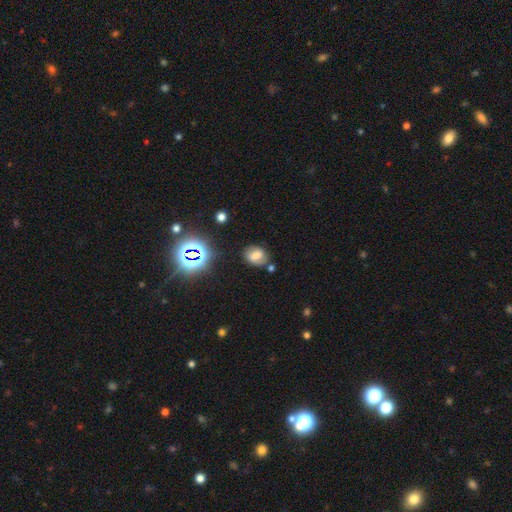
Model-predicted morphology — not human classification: This appears to be a smooth galaxy with no disk features (55%) that is in between round and cigar-shaped (65%). Merging: none (69%).